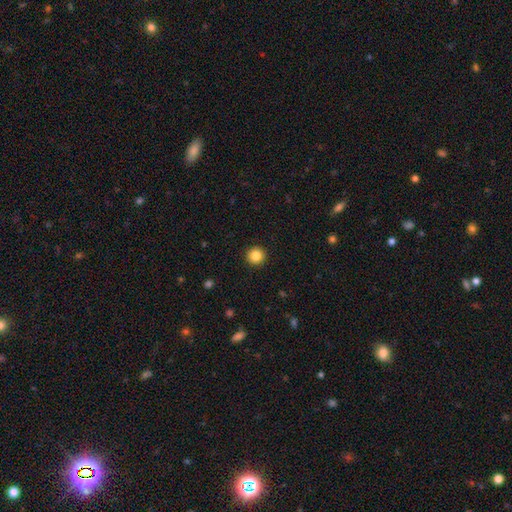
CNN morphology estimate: A smooth galaxy with no disk features (84%) that is round (96%).

Vote fractions:
- Smooth or featured? smooth: 84% / star or artifact: 11% / featured or disk: 5%
- How rounded? round: 96% / in between: 3% / cigar-shaped: 1%
- Merging? none: 94% / minor disturbance: 4% / major disturbance: 2% / merger: 1%